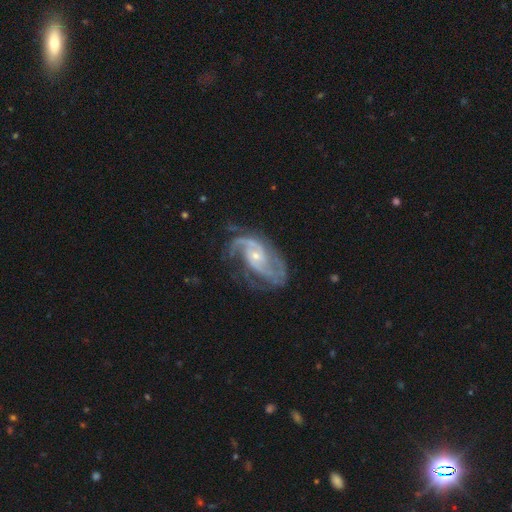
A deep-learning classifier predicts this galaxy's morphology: Smooth or featured? Predicted: featured or disk (p=0.91). Edge-on disk? Predicted: no (p=0.97). Bar? Predicted: no (p=0.56). Spiral arms? Predicted: yes (p=0.97). Spiral winding? Predicted: medium (p=0.51). Spiral arm count? Predicted: 2 (p=0.63). Bulge size? Predicted: small (p=0.70). Merging? Predicted: none (p=0.60).